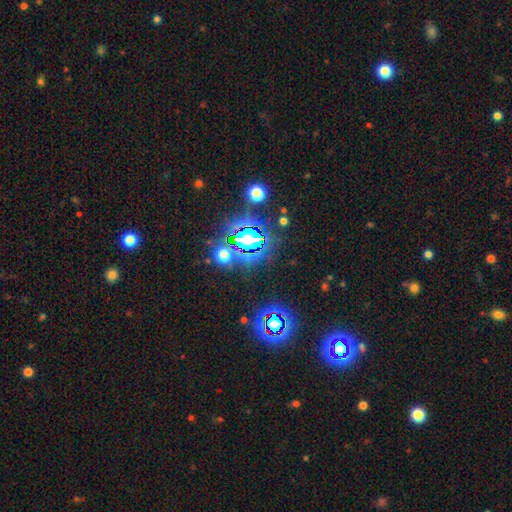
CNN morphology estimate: A star or artifact, not a galaxy (81%).